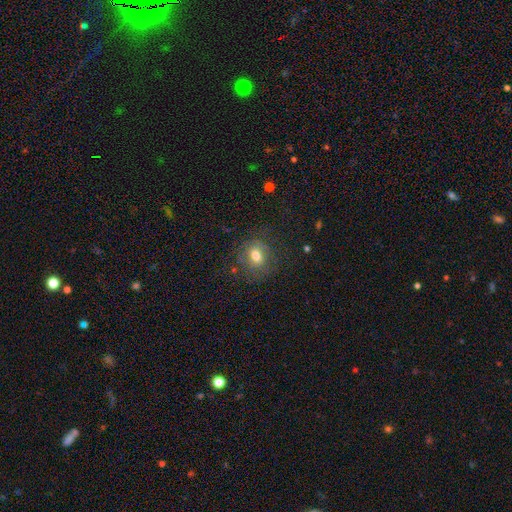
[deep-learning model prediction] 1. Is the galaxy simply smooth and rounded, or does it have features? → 71% smooth, 17% featured or disk, 13% star or artifact.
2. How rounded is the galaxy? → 58% round, 41% in between, 1% cigar-shaped.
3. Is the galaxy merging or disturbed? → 73% none, 16% minor disturbance, 9% major disturbance, 2% merger.